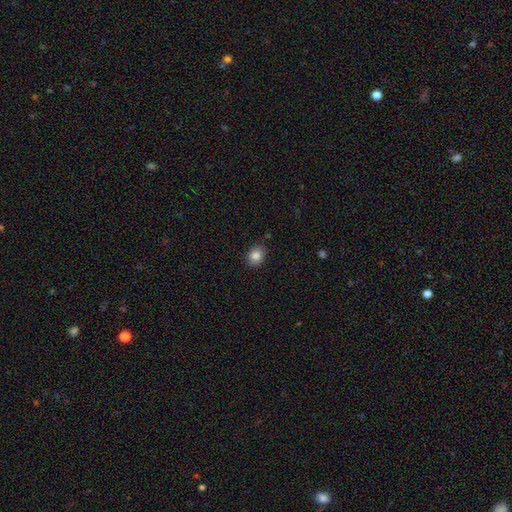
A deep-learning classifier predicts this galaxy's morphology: smooth-or-featured: smooth: 84% | star or artifact: 9% | featured or disk: 7%
  how-rounded: in between: 51% | round: 48% | cigar-shaped: 1%
  merging: none: 86% | minor disturbance: 11% | major disturbance: 2% | merger: 2%